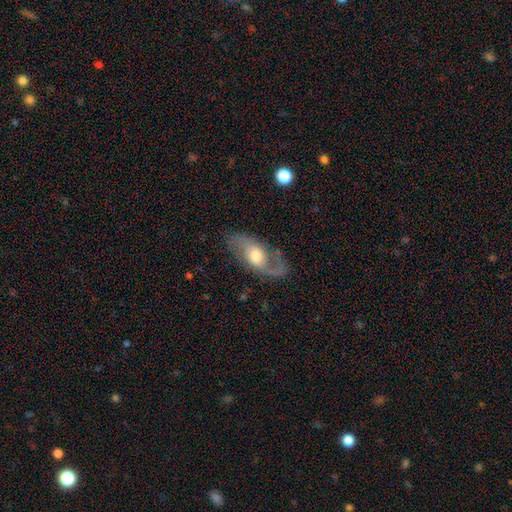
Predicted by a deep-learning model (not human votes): Smooth or featured: featured or disk — 78% (smooth — 17%)
Edge-on disk: no — 93% (yes — 7%)
Bar: no — 55% (weak — 35%)
Spiral arms: yes — 90% (no — 10%)
Spiral winding: loose — 52% (medium — 38%)
Spiral arm count: 2 — 84% (1 — 9%)
Bulge size: moderate — 64% (small — 18%)
Merging: none — 75% (minor disturbance — 15%)